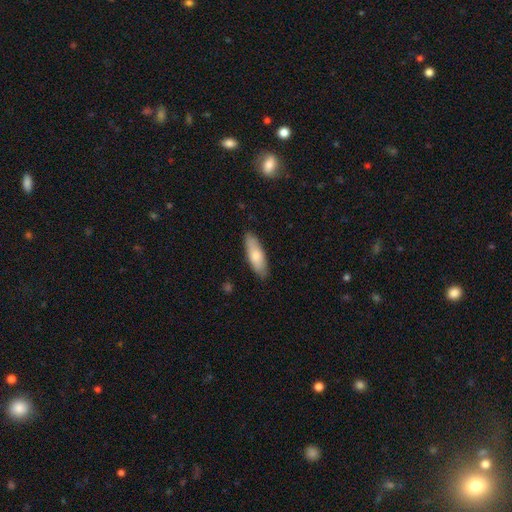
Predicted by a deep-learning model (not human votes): This is likely a smooth galaxy (75%). How rounded: possibly in between (51%). Merging: clearly none (86%).